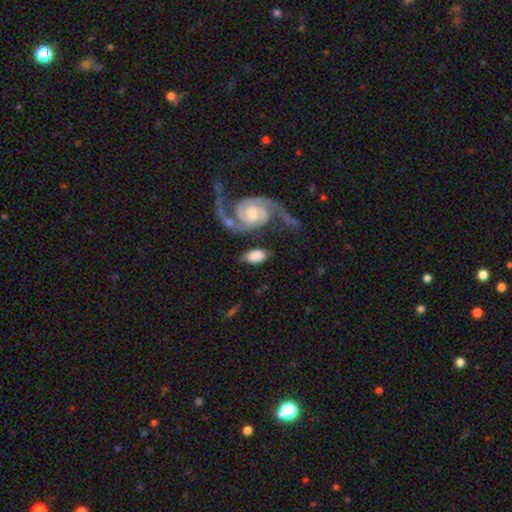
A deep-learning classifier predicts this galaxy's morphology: smooth 57%, featured or disk 37%, star or artifact 6%. Down the decision tree: how rounded — in between (91%); merging — none (58%).